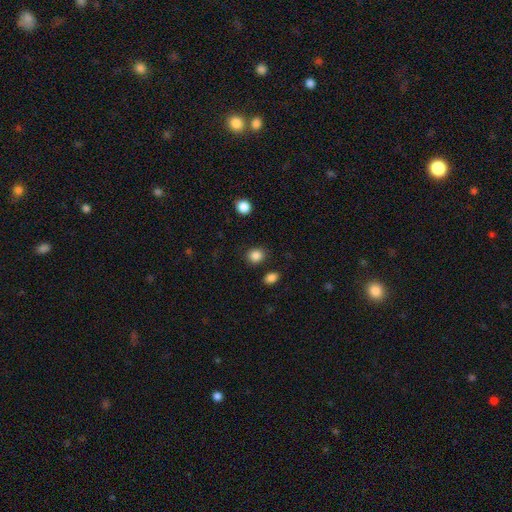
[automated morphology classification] Smooth or featured? Predicted: smooth (p=0.86). How rounded? Predicted: round (p=0.70). Merging? Predicted: none (p=0.85).